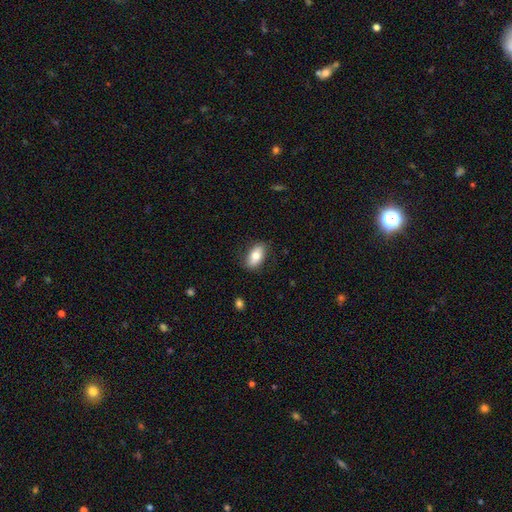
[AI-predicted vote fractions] Smooth or featured?
  - smooth: 75% *
  - featured or disk: 18%
  - star or artifact: 7%
How rounded?
  - in between: 89% *
  - cigar-shaped: 6%
  - round: 5%
Merging?
  - none: 83% *
  - minor disturbance: 14%
  - major disturbance: 3%
  - merger: 1%